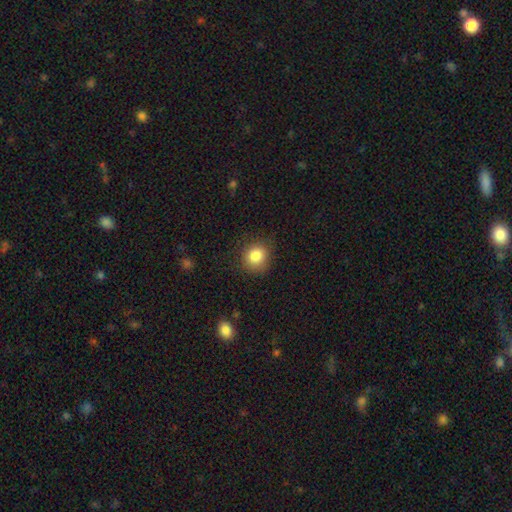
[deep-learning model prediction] Smooth or featured: smooth — 85% (star or artifact — 10%)
How rounded: round — 81% (in between — 18%)
Merging: none — 82% (minor disturbance — 13%)